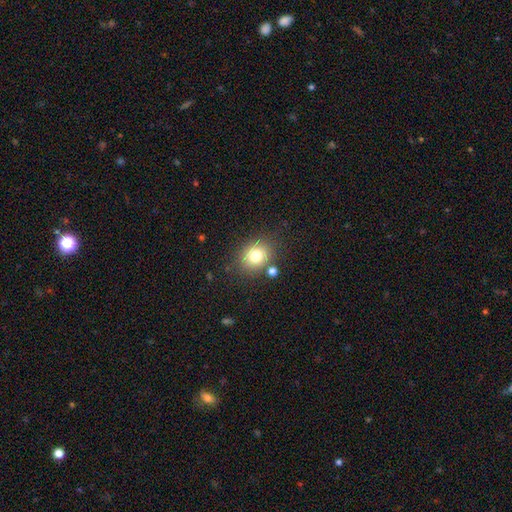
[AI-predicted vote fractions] Smooth or featured? Predicted: smooth (p=0.77). How rounded? Predicted: round (p=0.65). Merging? Predicted: none (p=0.77).